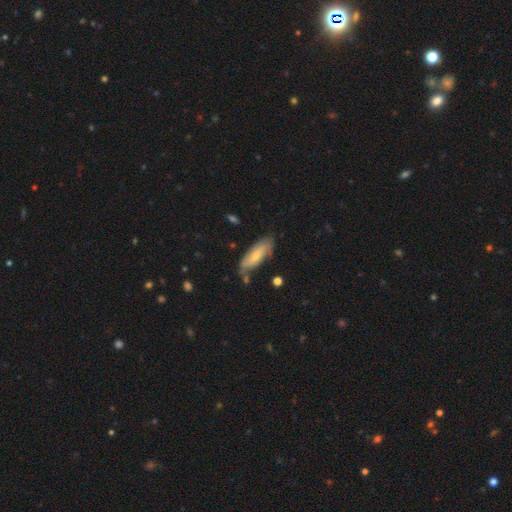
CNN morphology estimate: type=smooth (55%); roundness=in between (65%); merging=none (63%).